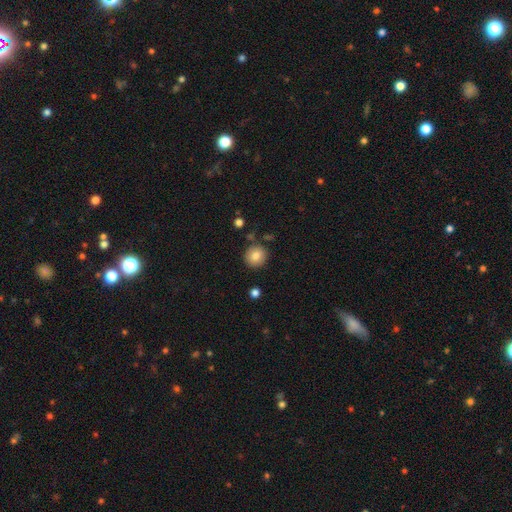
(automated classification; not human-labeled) Smooth or featured? smooth (83%)
How rounded? round (90%)
Merging? none (85%)